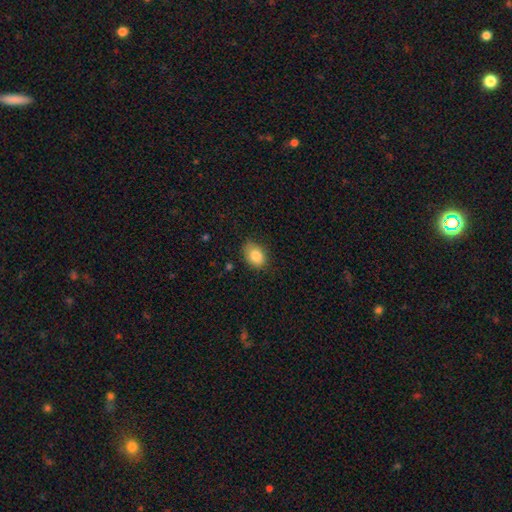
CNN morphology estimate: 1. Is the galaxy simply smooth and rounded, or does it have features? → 84% smooth, 9% star or artifact, 8% featured or disk.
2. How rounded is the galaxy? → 70% in between, 29% round, 1% cigar-shaped.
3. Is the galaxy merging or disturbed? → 76% none, 20% minor disturbance, 3% major disturbance, 1% merger.